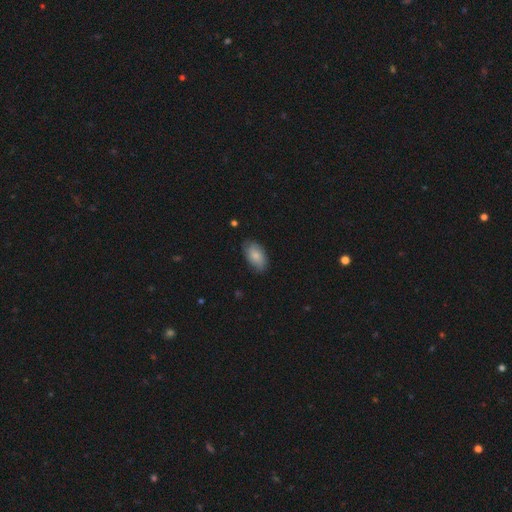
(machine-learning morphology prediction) The model was most divided on "merging": none: 81%, minor disturbance: 15%, major disturbance: 3%, merger: 1%. More confident: how rounded — in between (94%); smooth or featured — smooth (81%).